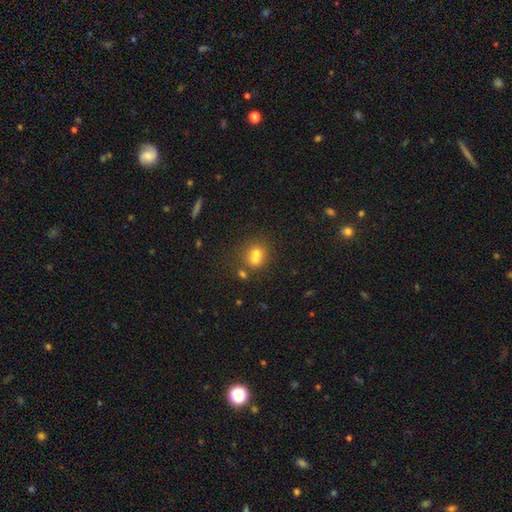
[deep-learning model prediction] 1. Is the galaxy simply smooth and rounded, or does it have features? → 68% smooth, 18% featured or disk, 14% star or artifact.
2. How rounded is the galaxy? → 68% round, 31% in between, 1% cigar-shaped.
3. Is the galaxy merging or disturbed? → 49% merger, 37% none, 9% minor disturbance, 4% major disturbance.